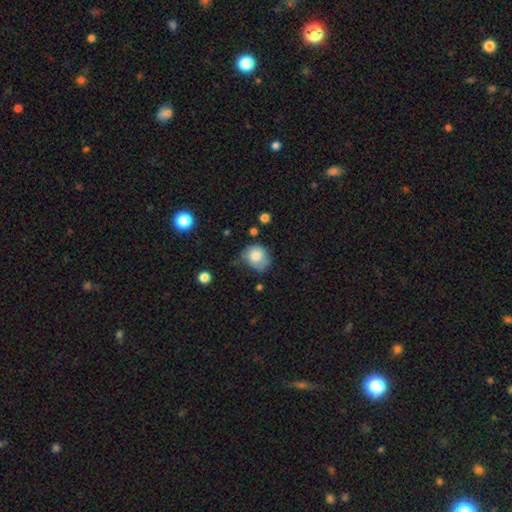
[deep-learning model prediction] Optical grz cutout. It shows a smooth galaxy with no disk features (79%) that is round (66%). Merging: none (49%).